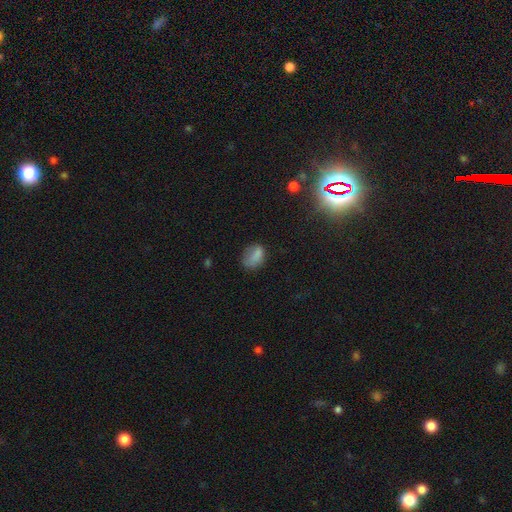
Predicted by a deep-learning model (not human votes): Smooth or featured: smooth — 76% (star or artifact — 13%)
How rounded: in between — 78% (round — 19%)
Merging: none — 50% (minor disturbance — 30%)